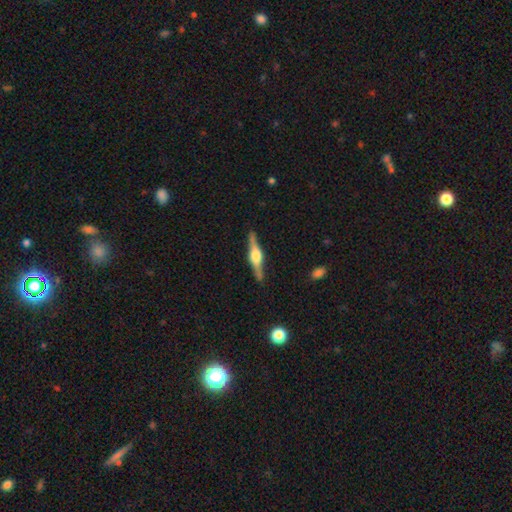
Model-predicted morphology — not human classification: featured or disk 81%, smooth 14%, star or artifact 5%. Down the decision tree: edge-on disk — yes (98%); edge-on bulge — rounded (89%); merging — none (89%).